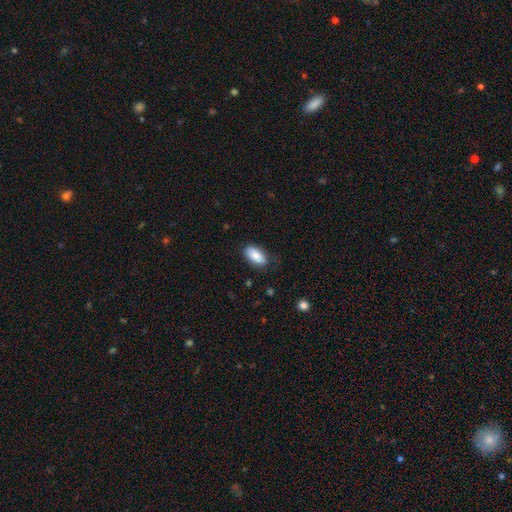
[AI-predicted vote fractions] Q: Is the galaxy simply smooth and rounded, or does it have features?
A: smooth — 87%.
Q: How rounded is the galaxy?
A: in between — 92%.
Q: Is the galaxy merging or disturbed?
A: none — 74%.